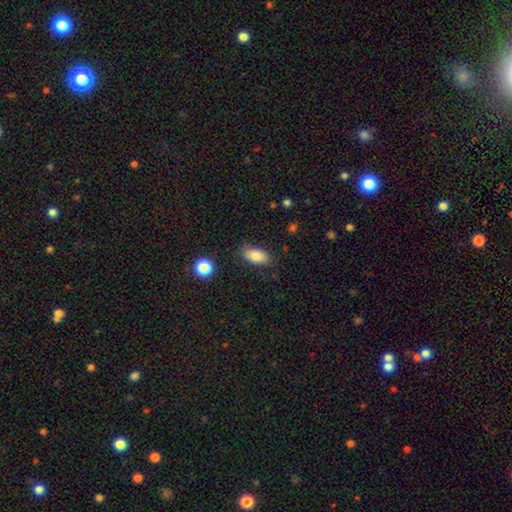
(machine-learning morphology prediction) type=smooth (81%); roundness=in between (91%); merging=none (79%).